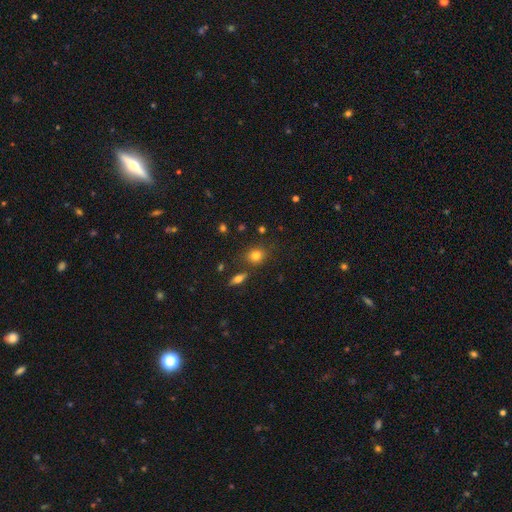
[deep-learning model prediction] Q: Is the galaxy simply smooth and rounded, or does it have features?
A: smooth — 78%.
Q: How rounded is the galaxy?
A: round — 70%.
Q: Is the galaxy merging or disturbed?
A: none — 77%.